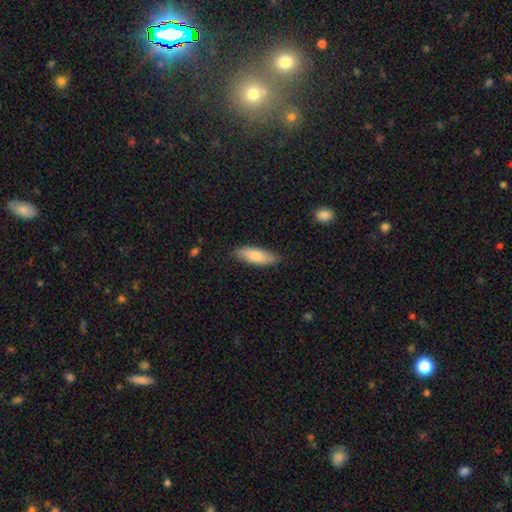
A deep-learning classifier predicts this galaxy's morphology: Smooth or featured?
  - smooth: 80% *
  - featured or disk: 14%
  - star or artifact: 6%
How rounded?
  - in between: 62% *
  - cigar-shaped: 36%
  - round: 2%
Merging?
  - none: 84% *
  - minor disturbance: 13%
  - major disturbance: 2%
  - merger: 1%